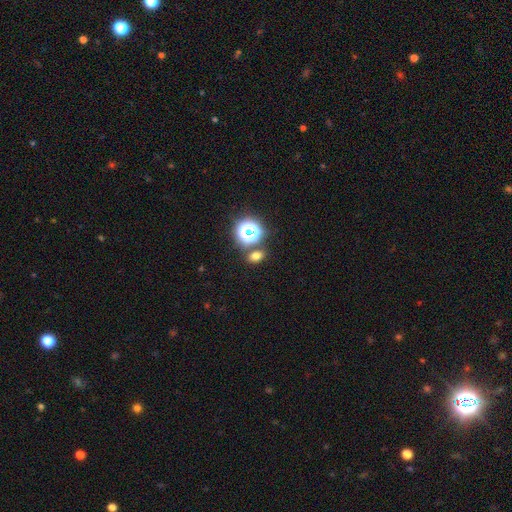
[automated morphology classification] Overall: smooth (67%). How rounded: in between (63%; round 35%). Merging: none (77%).